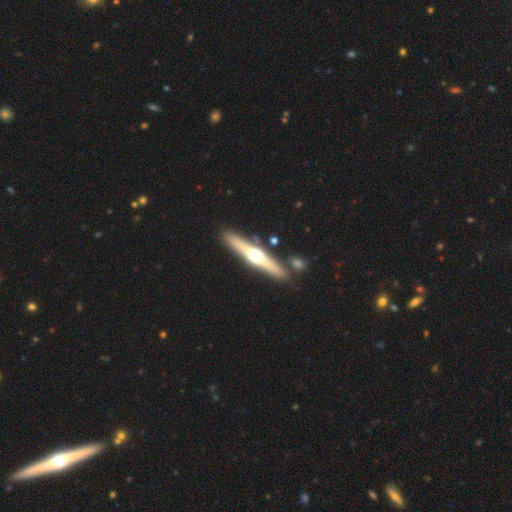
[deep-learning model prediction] The model was most divided on "smooth or featured": featured or disk: 68%, smooth: 27%, star or artifact: 5%. More confident: edge-on disk — yes (96%); edge-on bulge — rounded (94%); merging — none (84%).